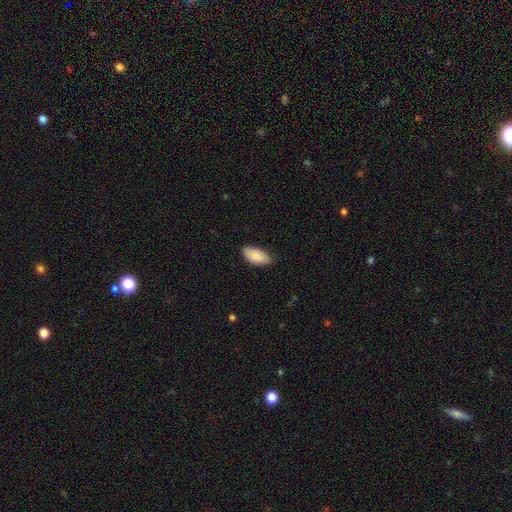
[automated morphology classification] Q: Smooth or featured?
A: smooth (87%); runner-up: featured or disk (7%)
Q: How rounded?
A: in between (94%); runner-up: cigar-shaped (4%)
Q: Merging?
A: none (77%); runner-up: minor disturbance (19%)